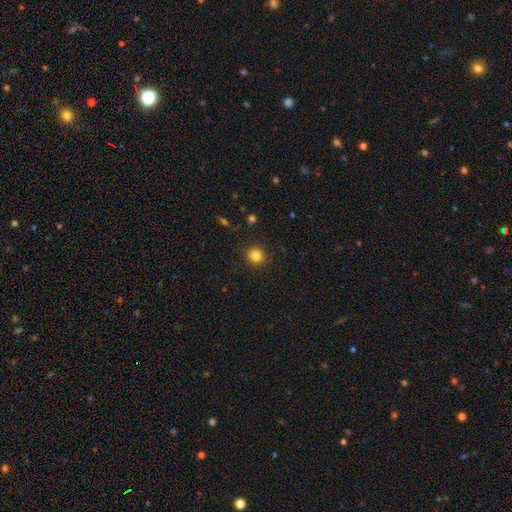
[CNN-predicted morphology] Smooth or featured?
  - smooth: 83% *
  - star or artifact: 12%
  - featured or disk: 5%
How rounded?
  - round: 91% *
  - in between: 8%
  - cigar-shaped: 1%
Merging?
  - none: 91% *
  - minor disturbance: 6%
  - major disturbance: 2%
  - merger: 1%